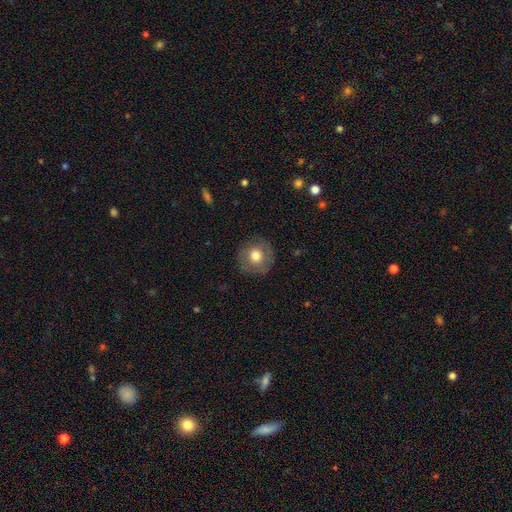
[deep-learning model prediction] This is likely a smooth galaxy (69%). How rounded: clearly round (94%). Merging: clearly none (85%).